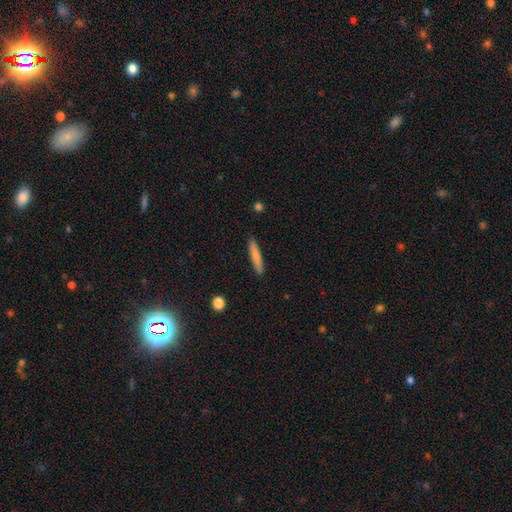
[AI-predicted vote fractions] A smooth galaxy with no disk features (75%) that is cigar-shaped (91%).

Vote fractions:
- Smooth or featured? smooth: 75% / featured or disk: 19% / star or artifact: 6%
- How rounded? cigar-shaped: 91% / in between: 7% / round: 1%
- Merging? none: 89% / minor disturbance: 8% / major disturbance: 2% / merger: 1%